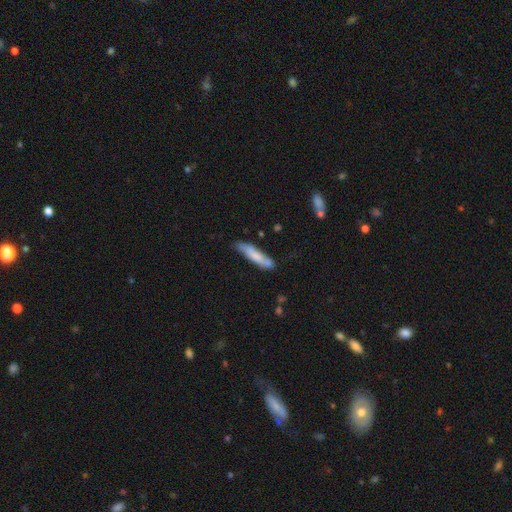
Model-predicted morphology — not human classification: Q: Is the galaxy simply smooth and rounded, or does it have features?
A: smooth — 67%.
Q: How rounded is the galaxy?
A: cigar-shaped — 82%.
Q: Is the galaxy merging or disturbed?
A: none — 65%.